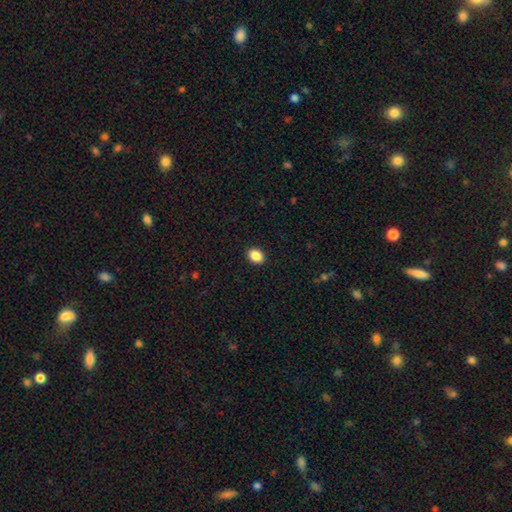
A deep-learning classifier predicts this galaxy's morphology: Smooth or featured: smooth — 89% (star or artifact — 8%)
How rounded: in between — 65% (round — 34%)
Merging: none — 91% (minor disturbance — 7%)